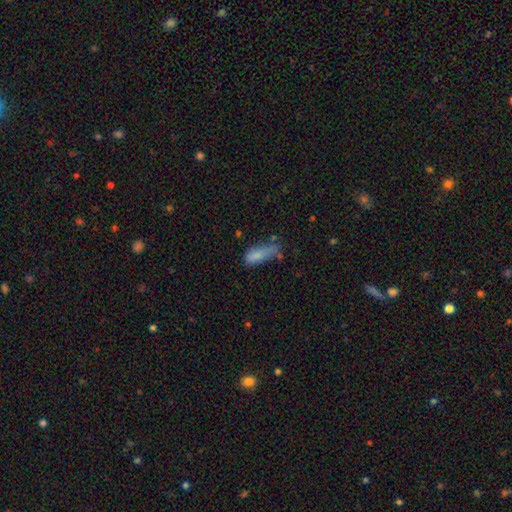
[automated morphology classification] Q: Smooth or featured?
A: smooth (75%); runner-up: featured or disk (13%)
Q: How rounded?
A: in between (58%); runner-up: cigar-shaped (39%)
Q: Merging?
A: none (33%); runner-up: minor disturbance (32%)